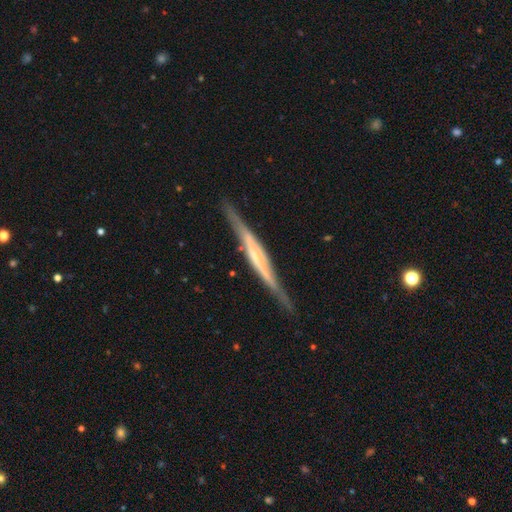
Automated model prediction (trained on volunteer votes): Smooth or featured? featured or disk (80%)
Edge-on disk? yes (96%)
Edge-on bulge? rounded (38%)
Merging? none (84%)